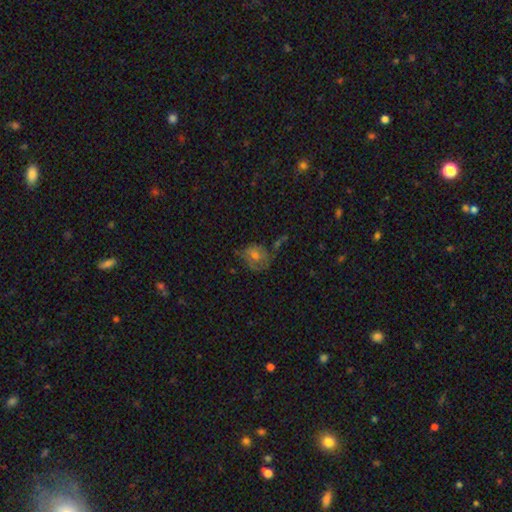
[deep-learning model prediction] This appears to be a smooth galaxy with no disk features (46%). Merging: none (52%).